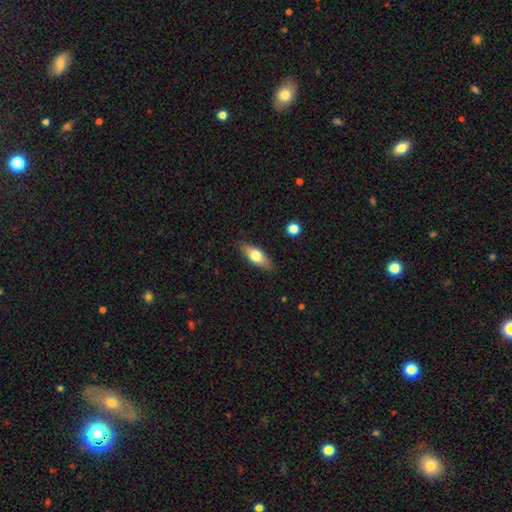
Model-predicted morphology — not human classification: This appears to be a smooth galaxy with no disk features (64%) that is in between round and cigar-shaped (72%). Merging: none (85%).